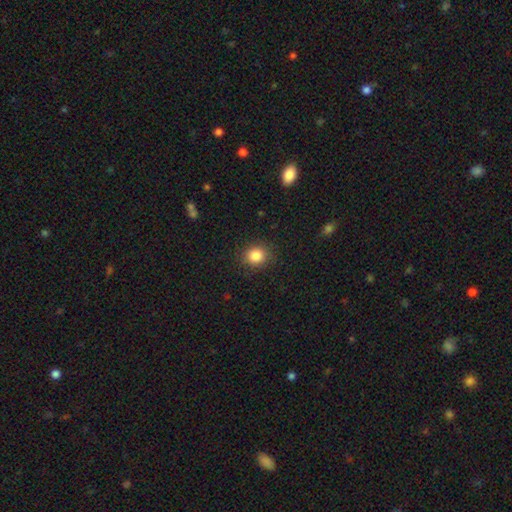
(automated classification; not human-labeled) smooth-or-featured: smooth: 85% | star or artifact: 10% | featured or disk: 5%
  how-rounded: round: 82% | in between: 17% | cigar-shaped: 1%
  merging: none: 88% | minor disturbance: 8% | major disturbance: 3% | merger: 1%